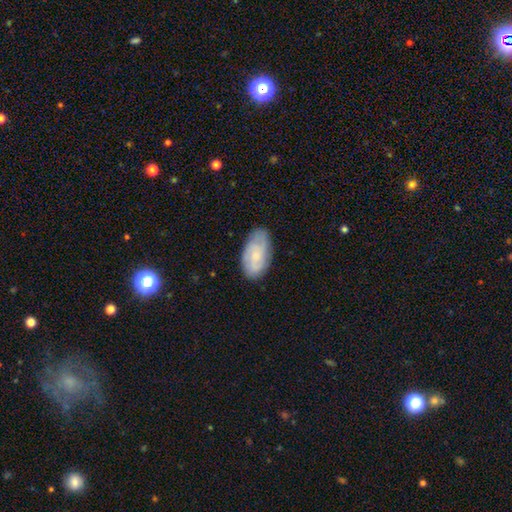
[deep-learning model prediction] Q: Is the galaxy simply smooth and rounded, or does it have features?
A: smooth — 49%.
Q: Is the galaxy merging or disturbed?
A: none — 79%.